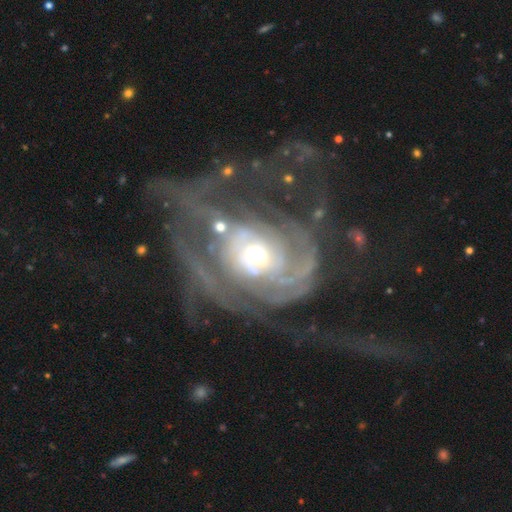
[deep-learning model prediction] This appears to be a featured or disk galaxy (86%) with no bar (77%), tight (50%) spiral arms (83%) and a moderate central bulge (53%). Merging: major disturbance (58%).